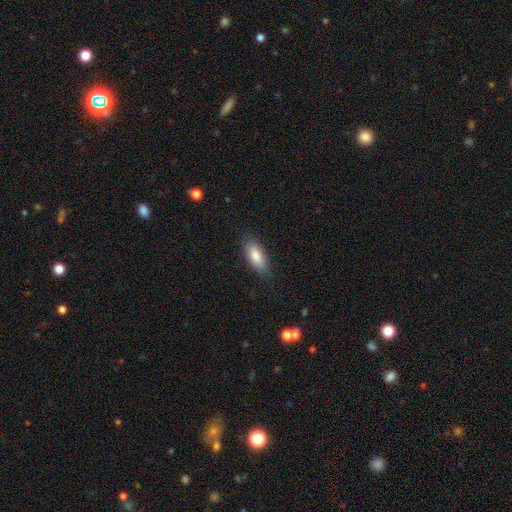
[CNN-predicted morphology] smooth-or-featured: smooth: 84% | featured or disk: 10% | star or artifact: 6%
  how-rounded: in between: 77% | cigar-shaped: 21% | round: 2%
  merging: none: 83% | minor disturbance: 13% | major disturbance: 3% | merger: 1%